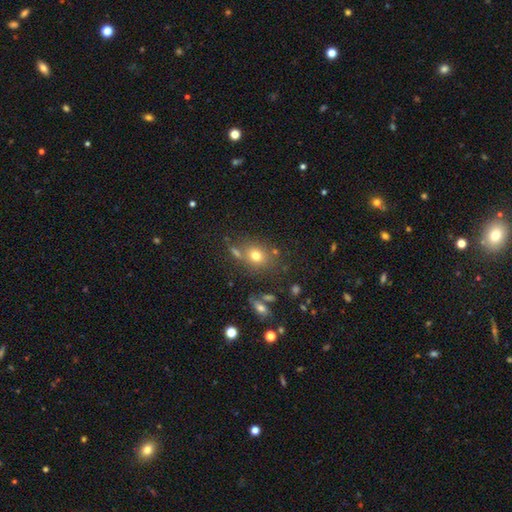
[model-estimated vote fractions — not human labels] Smooth or featured? smooth (72%)
How rounded? round (60%)
Merging? none (68%)